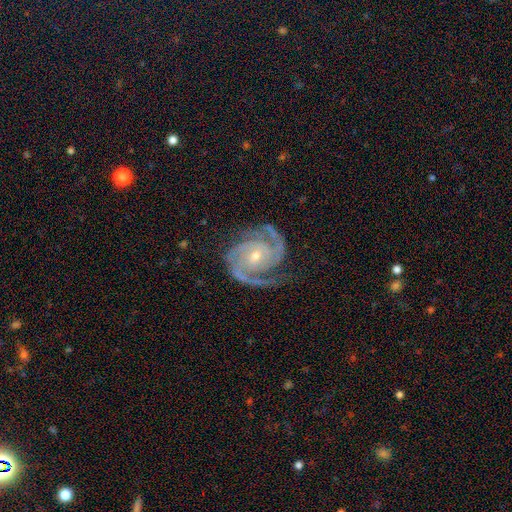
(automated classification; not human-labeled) Morphology: type=featured or disk (94%); edge-on=no (98%); bar=no (57%); spiral arms=yes (99%); winding=tight (54%); arm count=2 (73%); bulge=small (58%); merging=none (77%).